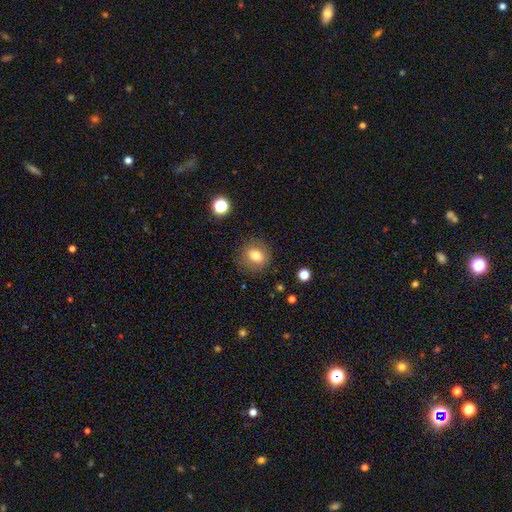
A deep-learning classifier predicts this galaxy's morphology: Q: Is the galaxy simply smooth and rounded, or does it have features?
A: smooth — 78%.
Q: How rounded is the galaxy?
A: round — 79%.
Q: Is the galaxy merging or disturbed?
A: none — 86%.